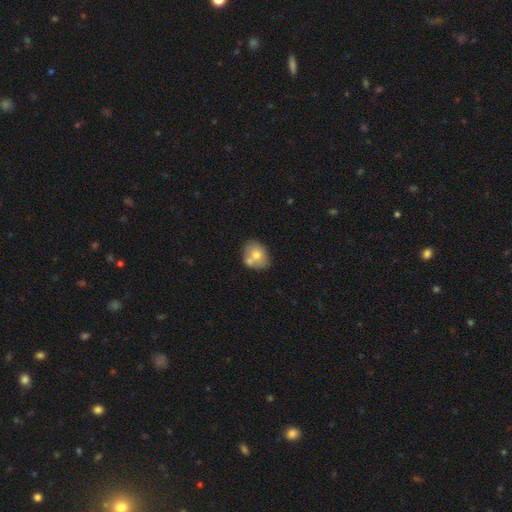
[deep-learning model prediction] Smooth or featured? smooth (70%)
How rounded? round (51%)
Merging? none (50%)